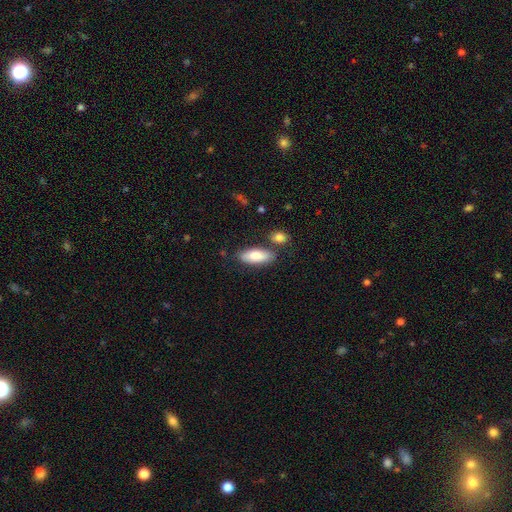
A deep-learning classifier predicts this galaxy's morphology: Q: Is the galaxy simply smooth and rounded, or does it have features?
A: smooth — 79%.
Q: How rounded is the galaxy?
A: in between — 80%.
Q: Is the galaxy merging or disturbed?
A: none — 76%.